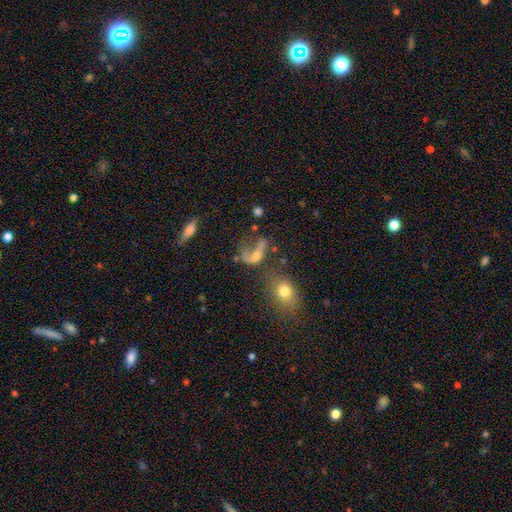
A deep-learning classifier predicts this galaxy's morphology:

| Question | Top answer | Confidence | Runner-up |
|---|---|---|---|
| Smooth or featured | featured or disk | 45% | smooth (39%) |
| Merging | major disturbance | 39% | none (28%) |